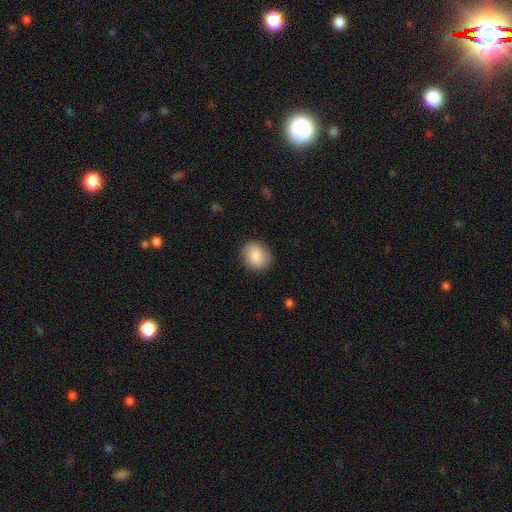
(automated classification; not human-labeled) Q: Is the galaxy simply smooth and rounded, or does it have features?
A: smooth — 84%.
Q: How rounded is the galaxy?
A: round — 71%.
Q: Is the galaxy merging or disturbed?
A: none — 89%.